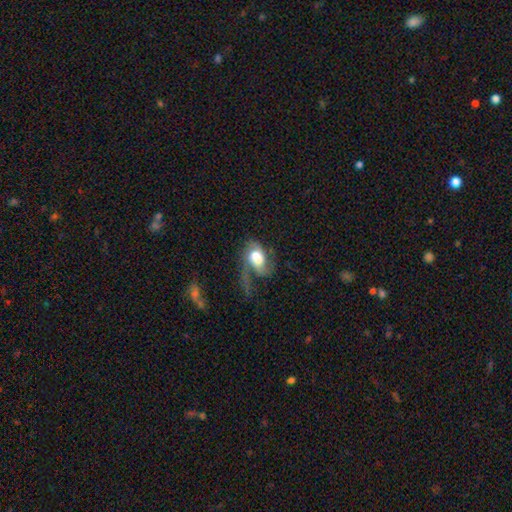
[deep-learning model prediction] Smooth or featured: featured or disk — 52% (smooth — 39%)
Edge-on disk: no — 96% (yes — 4%)
Bar: no — 65% (weak — 27%)
Spiral arms: yes — 75% (no — 25%)
Bulge size: large — 48% (moderate — 34%)
Merging: major disturbance — 51% (none — 22%)